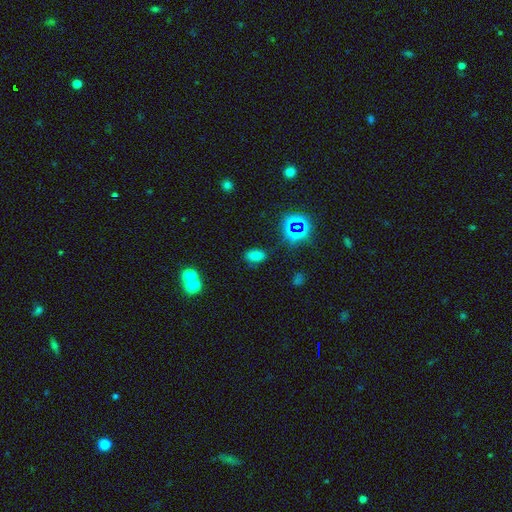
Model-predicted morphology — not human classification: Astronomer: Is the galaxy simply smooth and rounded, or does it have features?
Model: smooth — 69%.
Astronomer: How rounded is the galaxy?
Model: in between — 88%.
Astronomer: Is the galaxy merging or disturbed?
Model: none — 78%.